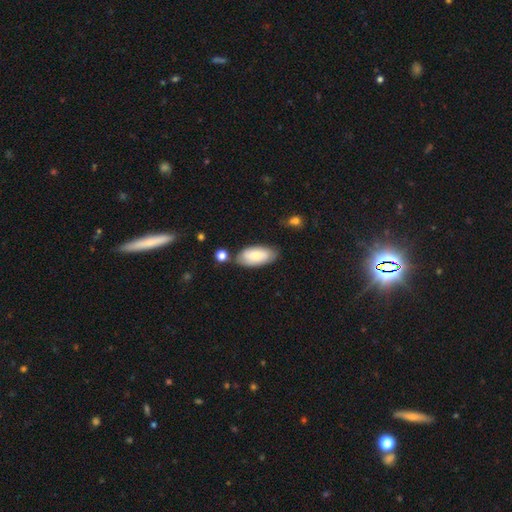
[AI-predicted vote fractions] Smooth or featured? smooth (72%)
How rounded? in between (90%)
Merging? none (73%)